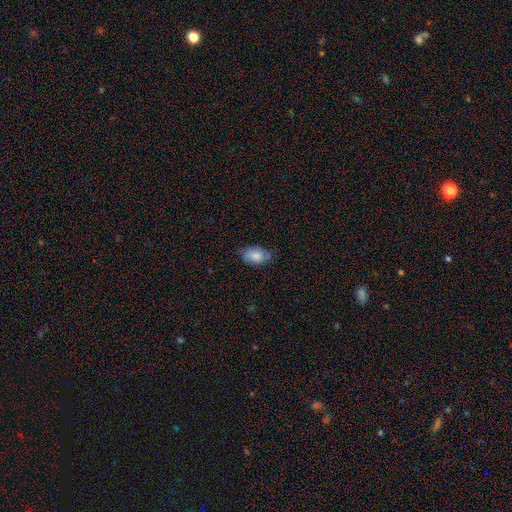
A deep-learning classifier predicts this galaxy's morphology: smooth-or-featured: smooth: 76% | featured or disk: 16% | star or artifact: 7%
  how-rounded: in between: 90% | round: 8% | cigar-shaped: 2%
  merging: none: 70% | minor disturbance: 24% | major disturbance: 5% | merger: 1%